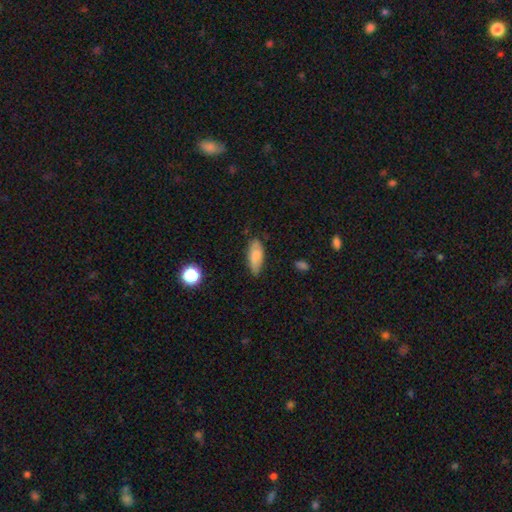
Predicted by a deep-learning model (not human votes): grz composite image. It shows a smooth galaxy with no disk features (79%) that is in between round and cigar-shaped (74%). Merging: none (67%).